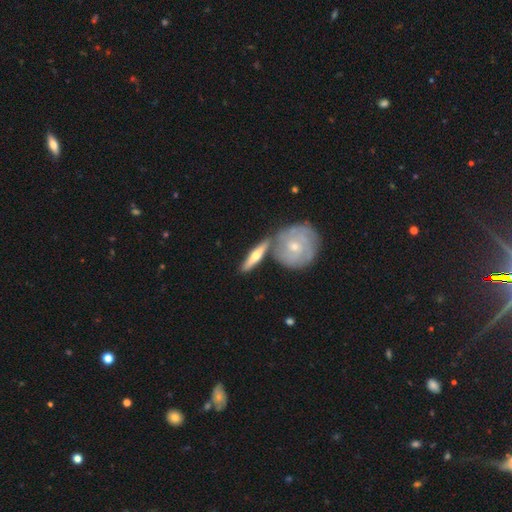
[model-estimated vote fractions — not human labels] A featured or disk galaxy (64%) viewed edge-on (77%). Merging: none (69%).